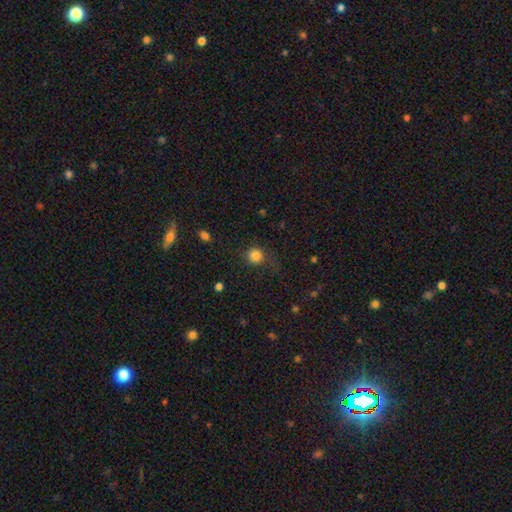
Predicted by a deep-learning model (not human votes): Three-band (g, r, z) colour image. It shows a smooth galaxy with no disk features (83%) that is round (90%). Merging: none (73%).